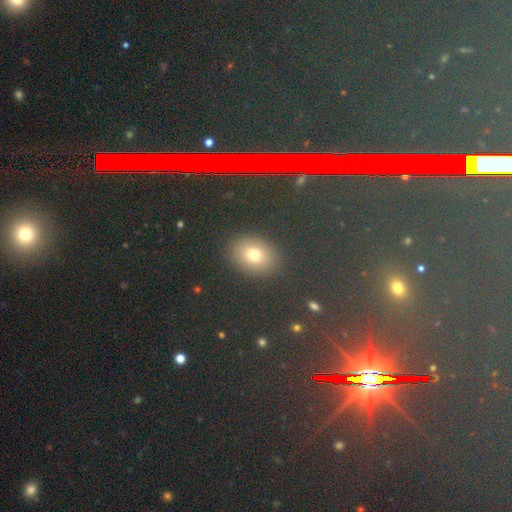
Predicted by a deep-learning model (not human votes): This appears to be a star or artifact, not a galaxy (49%).